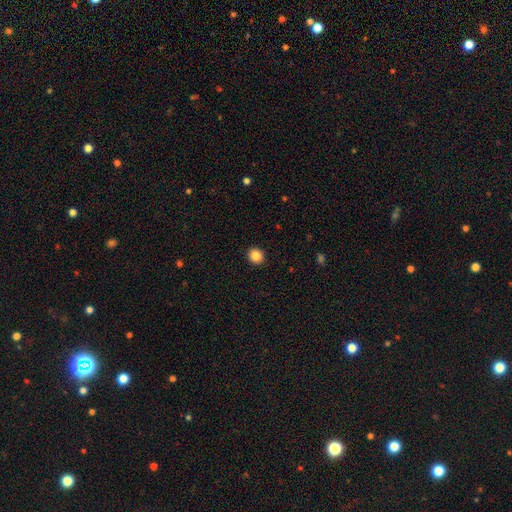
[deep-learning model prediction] Smooth or featured? smooth (86%)
How rounded? round (80%)
Merging? none (92%)